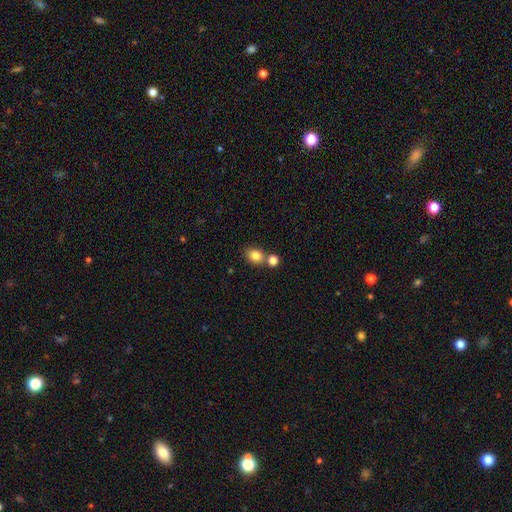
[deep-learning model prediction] smooth_or_featured: smooth (p=0.83) [alt: star or artifact p=0.10]
how_rounded: in between (p=0.50) [alt: round p=0.49]
merging: none (p=0.59) [alt: merger p=0.28]